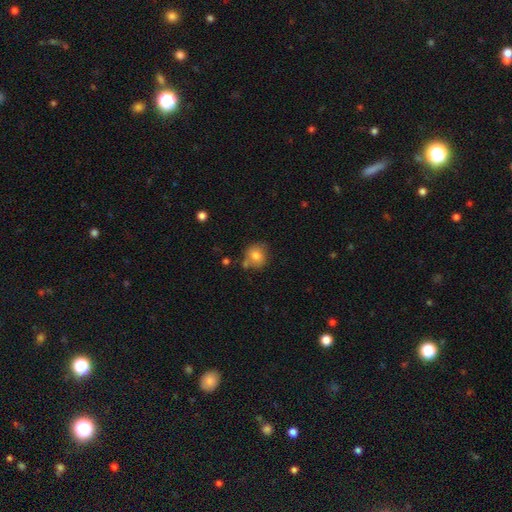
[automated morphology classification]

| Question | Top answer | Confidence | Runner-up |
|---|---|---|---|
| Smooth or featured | smooth | 80% | featured or disk (11%) |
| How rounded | round | 83% | in between (16%) |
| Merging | none | 68% | minor disturbance (16%) |